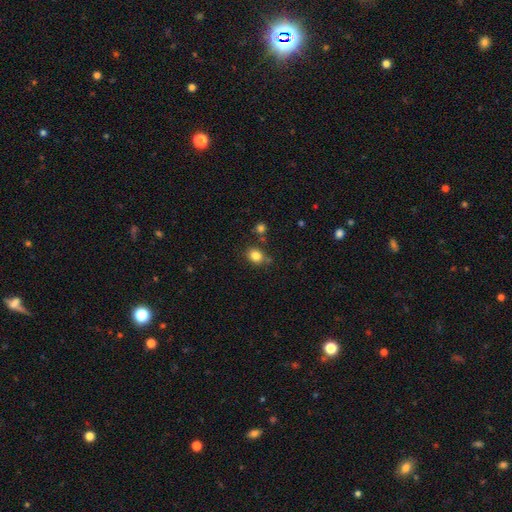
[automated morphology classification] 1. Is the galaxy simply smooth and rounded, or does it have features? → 83% smooth, 11% star or artifact, 6% featured or disk.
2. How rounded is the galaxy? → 61% round, 38% in between, 1% cigar-shaped.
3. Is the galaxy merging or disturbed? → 76% none, 13% minor disturbance, 8% merger, 4% major disturbance.